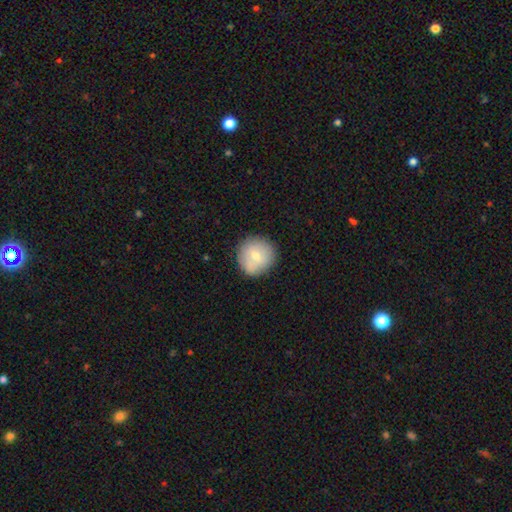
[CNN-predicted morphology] smooth_or_featured: smooth (p=0.70) [alt: featured or disk p=0.22]
how_rounded: round (p=0.94) [alt: in between p=0.05]
merging: none (p=0.82) [alt: minor disturbance p=0.12]